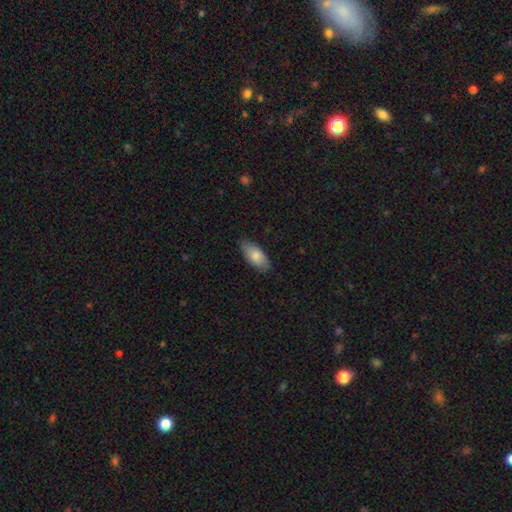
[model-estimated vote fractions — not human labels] A smooth galaxy with no disk features (82%) that is in between round and cigar-shaped (90%). Merging: none (82%).